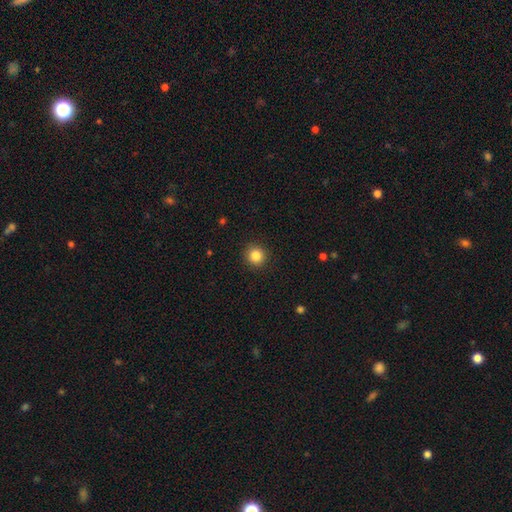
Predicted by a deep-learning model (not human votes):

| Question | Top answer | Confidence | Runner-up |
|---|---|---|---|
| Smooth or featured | smooth | 85% | star or artifact (10%) |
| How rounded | round | 93% | in between (6%) |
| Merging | none | 92% | minor disturbance (6%) |